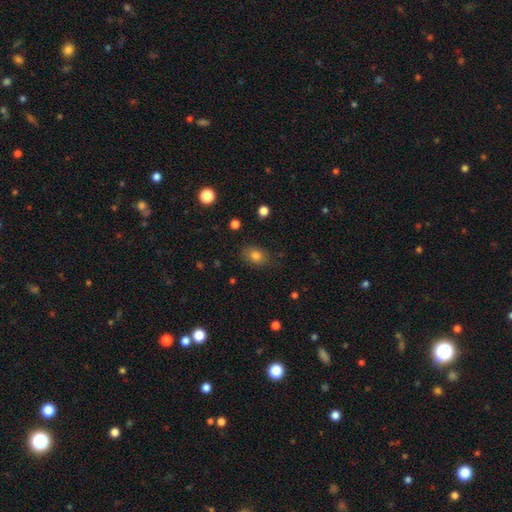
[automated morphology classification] smooth_or_featured: smooth (p=0.81) [alt: star or artifact p=0.11]
how_rounded: in between (p=0.72) [alt: round p=0.27]
merging: none (p=0.80) [alt: minor disturbance p=0.15]